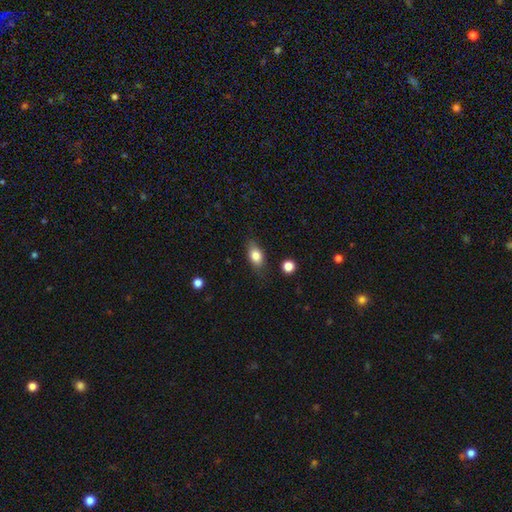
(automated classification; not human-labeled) Smooth or featured? Predicted: smooth (p=0.79). How rounded? Predicted: in between (p=0.80). Merging? Predicted: none (p=0.77).